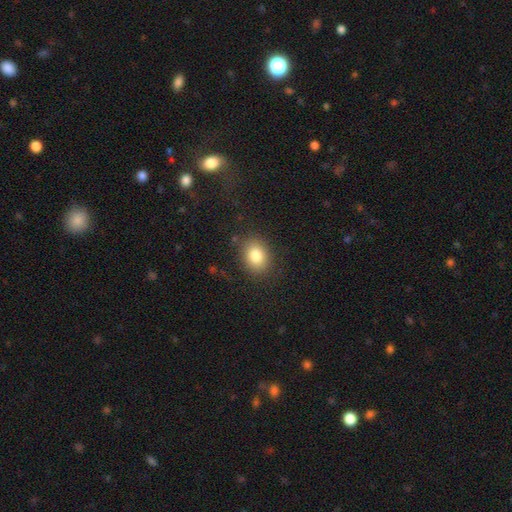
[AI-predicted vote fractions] Smooth or featured: smooth — 82% (star or artifact — 10%)
How rounded: in between — 56% (round — 43%)
Merging: none — 83% (minor disturbance — 11%)